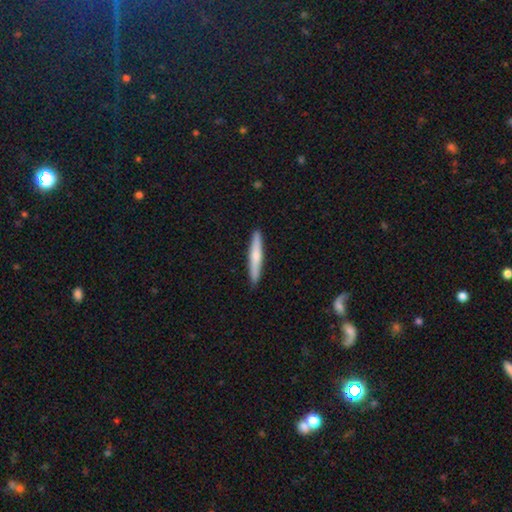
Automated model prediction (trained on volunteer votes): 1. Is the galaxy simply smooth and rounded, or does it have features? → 59% smooth, 36% featured or disk, 5% star or artifact.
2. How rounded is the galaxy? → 94% cigar-shaped, 5% in between, 1% round.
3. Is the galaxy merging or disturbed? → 91% none, 6% minor disturbance, 1% major disturbance, 1% merger.